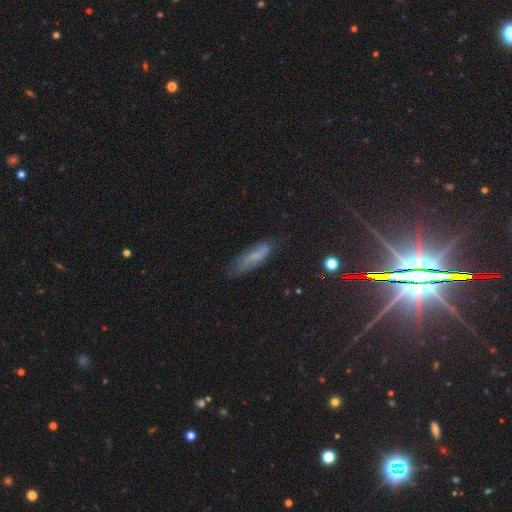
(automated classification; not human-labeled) This appears to be a smooth galaxy with no disk features (52%) that is cigar-shaped (51%). Merging: none (65%).